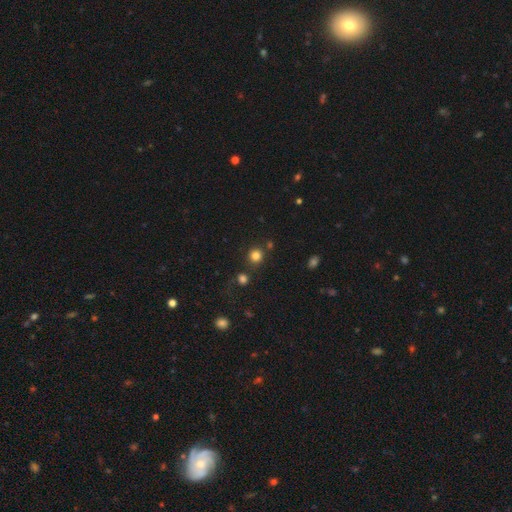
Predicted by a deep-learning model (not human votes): The model was most divided on "smooth or featured": smooth: 80%, star or artifact: 15%, featured or disk: 5%. More confident: how rounded — round (91%); merging — none (80%).